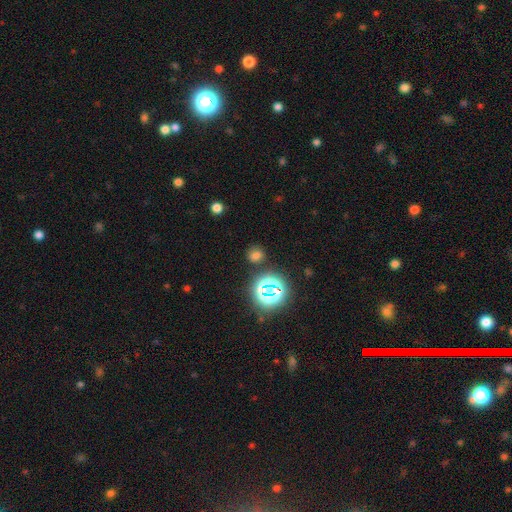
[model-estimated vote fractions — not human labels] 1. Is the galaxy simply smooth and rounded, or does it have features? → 64% smooth, 31% star or artifact, 6% featured or disk.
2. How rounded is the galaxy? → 78% round, 21% in between, 1% cigar-shaped.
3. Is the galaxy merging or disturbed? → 81% none, 10% minor disturbance, 5% merger, 4% major disturbance.